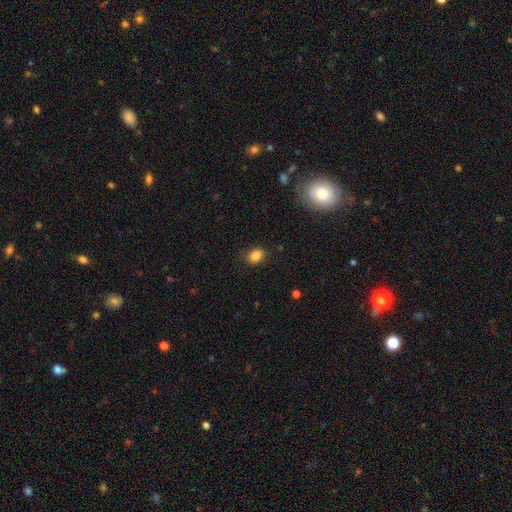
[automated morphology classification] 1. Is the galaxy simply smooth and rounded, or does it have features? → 85% smooth, 11% star or artifact, 5% featured or disk.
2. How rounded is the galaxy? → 59% in between, 40% round, 1% cigar-shaped.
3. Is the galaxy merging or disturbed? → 82% none, 14% minor disturbance, 4% major disturbance, 1% merger.